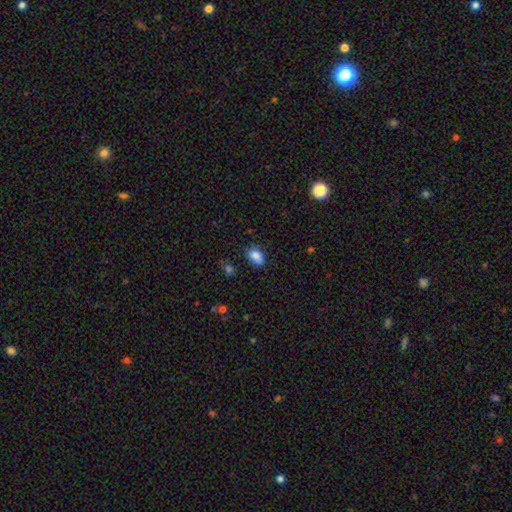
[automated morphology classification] Smooth or featured: smooth — 83% (star or artifact — 9%)
How rounded: in between — 85% (round — 13%)
Merging: none — 67% (minor disturbance — 24%)